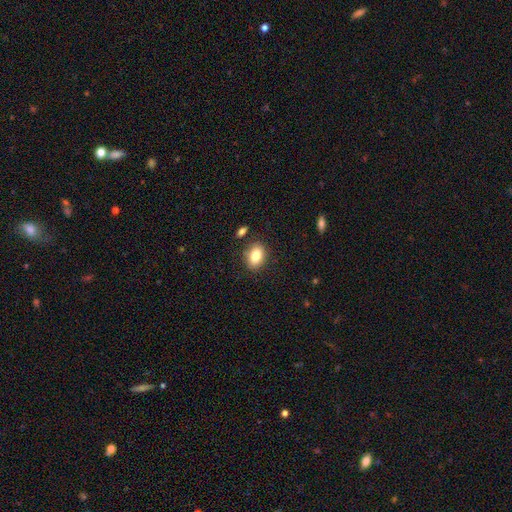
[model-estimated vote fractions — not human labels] Smooth or featured?
  - smooth: 84% *
  - star or artifact: 8%
  - featured or disk: 8%
How rounded?
  - in between: 80% *
  - round: 19%
  - cigar-shaped: 2%
Merging?
  - none: 82% *
  - minor disturbance: 11%
  - merger: 4%
  - major disturbance: 3%